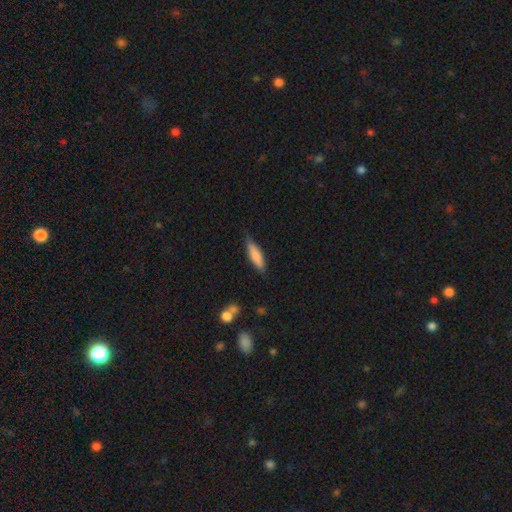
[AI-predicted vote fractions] A smooth galaxy with no disk features (80%) that is cigar-shaped (67%). Merging: none (72%).